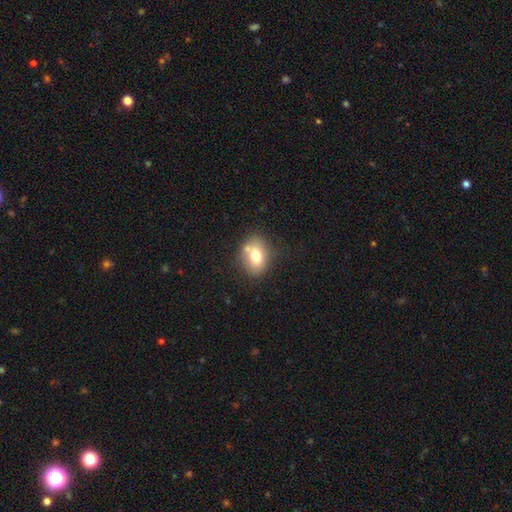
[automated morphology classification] smooth-or-featured: smooth: 72% | featured or disk: 18% | star or artifact: 9%
  how-rounded: in between: 65% | round: 34% | cigar-shaped: 1%
  merging: none: 63% | minor disturbance: 18% | merger: 15% | major disturbance: 5%